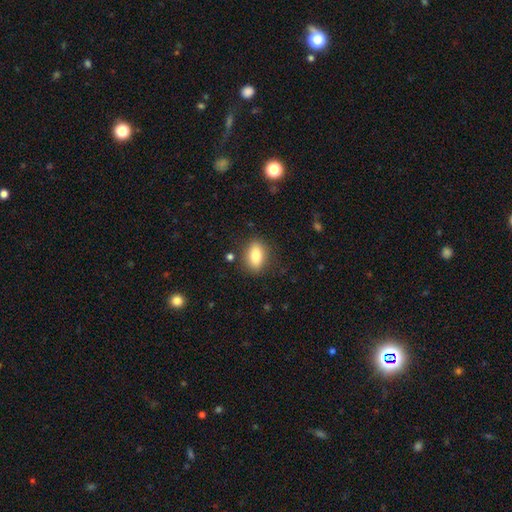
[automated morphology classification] type=smooth (81%); roundness=in between (83%); merging=none (83%).